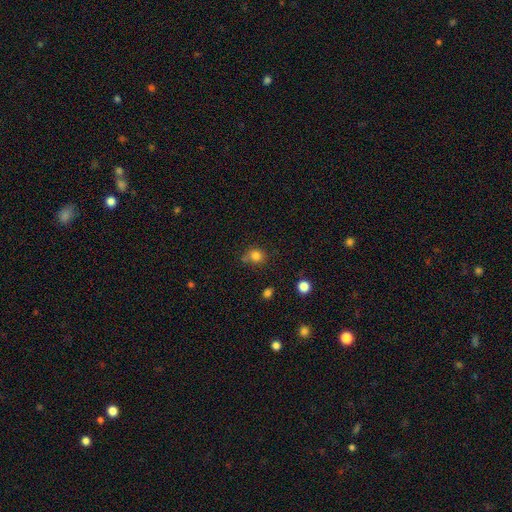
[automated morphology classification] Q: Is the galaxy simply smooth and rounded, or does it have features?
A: smooth — 81%.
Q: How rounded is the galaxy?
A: round — 77%.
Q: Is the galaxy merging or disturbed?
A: none — 62%.